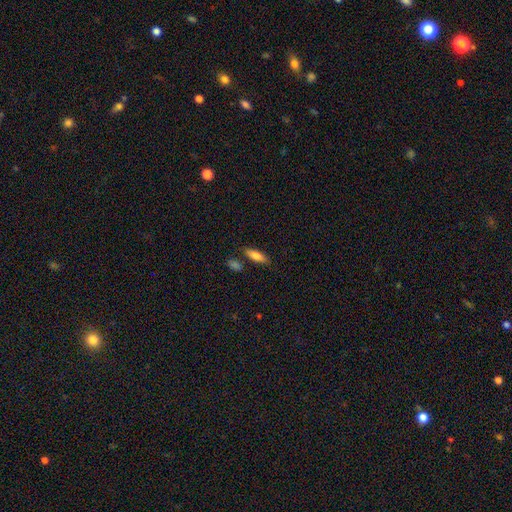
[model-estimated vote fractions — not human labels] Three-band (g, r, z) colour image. It shows a smooth galaxy with no disk features (75%) that is cigar-shaped (49%, tied with in between). Merging: none (80%).